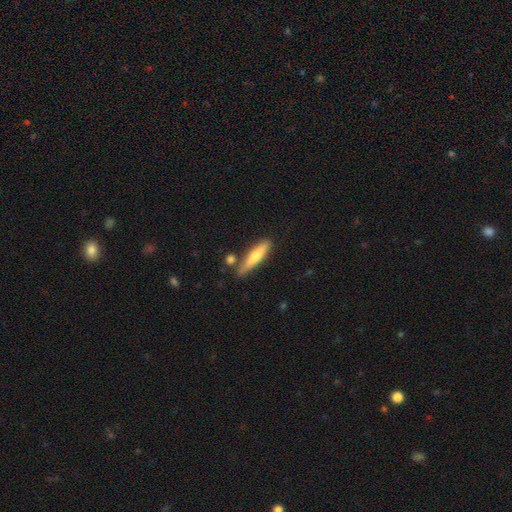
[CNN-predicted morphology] A smooth galaxy with no disk features (65%) that is cigar-shaped (83%).

Vote fractions:
- Smooth or featured? smooth: 65% / featured or disk: 29% / star or artifact: 6%
- How rounded? cigar-shaped: 83% / in between: 16% / round: 2%
- Merging? none: 75% / minor disturbance: 15% / merger: 7% / major disturbance: 3%